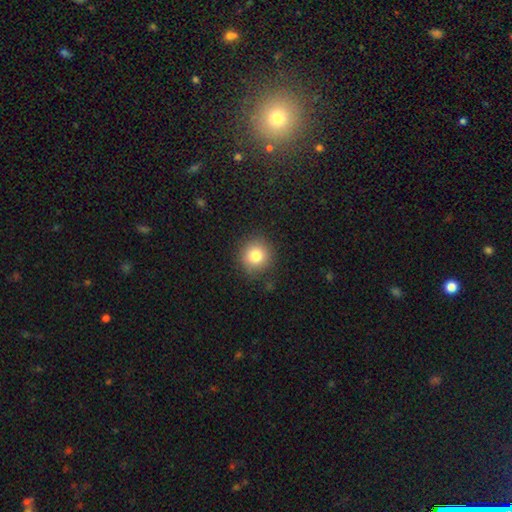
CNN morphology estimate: Smooth or featured: smooth — 82% (star or artifact — 11%)
How rounded: round — 90% (in between — 10%)
Merging: none — 87% (minor disturbance — 9%)